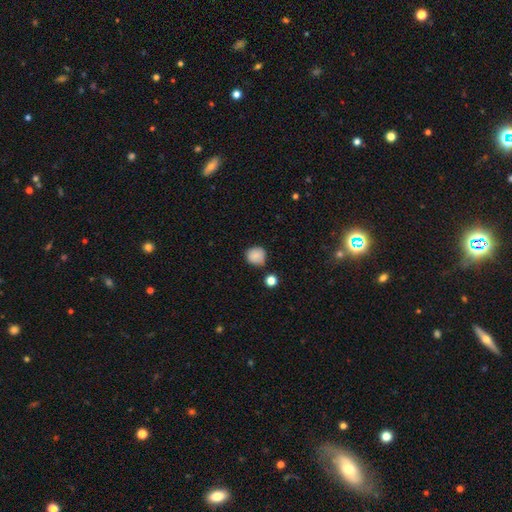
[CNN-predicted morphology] type=smooth (86%); roundness=round (86%); merging=none (76%).